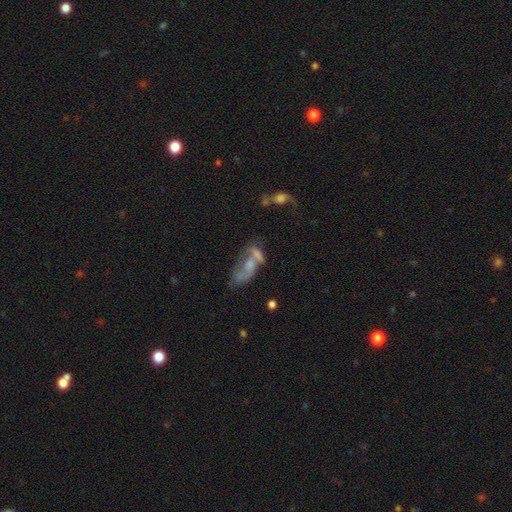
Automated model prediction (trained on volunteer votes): featured or disk 49%, smooth 35%, star or artifact 16%. Down the decision tree: merging — merger (41%).